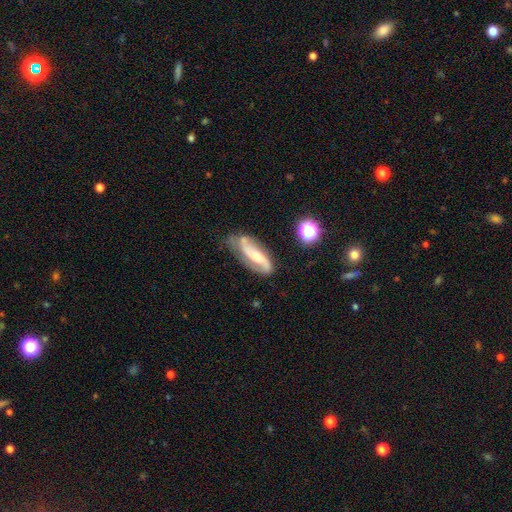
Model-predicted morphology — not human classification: type=featured or disk (74%); edge-on=no (89%); bar=no (42%); spiral arms=yes (92%); winding=medium (41%, tied with loose); arm count=2 (81%); bulge=small (42%); merging=none (55%).